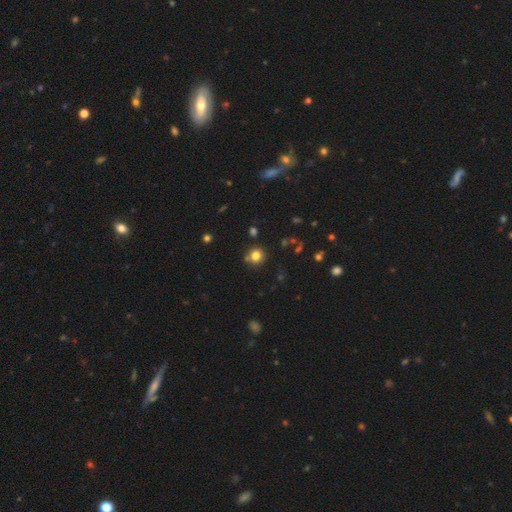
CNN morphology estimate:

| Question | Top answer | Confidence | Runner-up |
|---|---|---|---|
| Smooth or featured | smooth | 79% | star or artifact (14%) |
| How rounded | round | 90% | in between (9%) |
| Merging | none | 81% | minor disturbance (9%) |